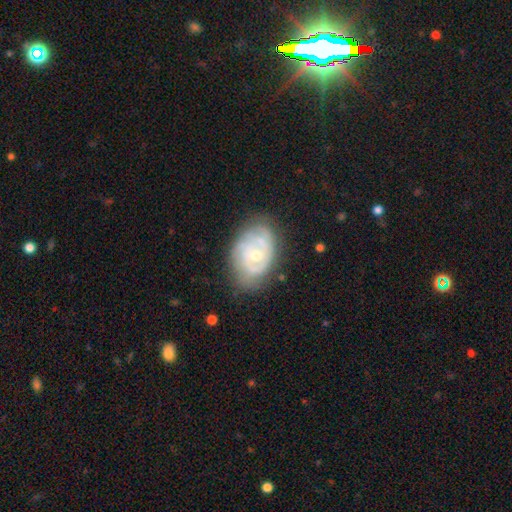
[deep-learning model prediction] Smooth or featured?
  - featured or disk: 79% *
  - smooth: 15%
  - star or artifact: 6%
Edge-on disk?
  - no: 96% *
  - yes: 4%
Bar?
  - no: 77% *
  - weak: 19%
  - strong: 4%
Spiral arms?
  - yes: 84% *
  - no: 16%
Spiral winding?
  - tight: 67% *
  - medium: 26%
  - loose: 8%
Spiral arm count?
  - can't tell: 36% *
  - 2: 35%
  - 3: 16%
  - 1: 6%
  - 4: 4%
  - more than 4: 3%
Bulge size?
  - moderate: 53% *
  - small: 43%
  - large: 2%
  - none: 1%
  - dominant: 1%
Merging?
  - none: 69% *
  - minor disturbance: 22%
  - major disturbance: 8%
  - merger: 2%